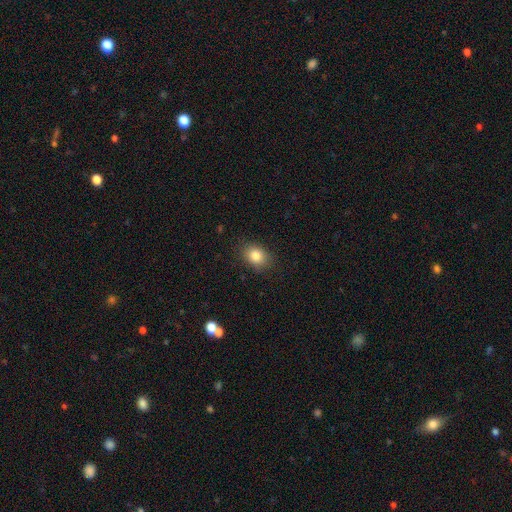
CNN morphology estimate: A smooth galaxy with no disk features (84%) that is in between round and cigar-shaped (64%). Merging: none (85%).